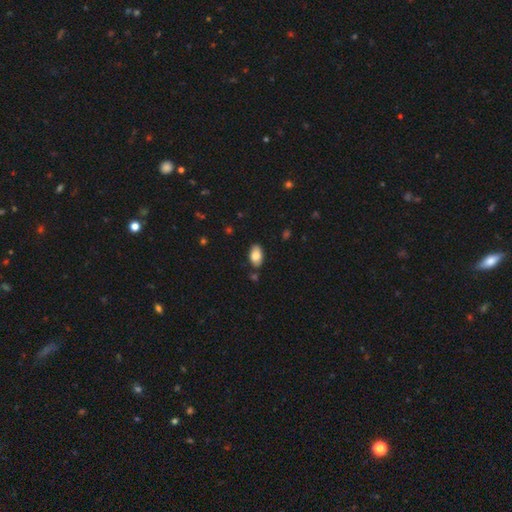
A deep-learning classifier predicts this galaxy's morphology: Q: Smooth or featured?
A: smooth (83%); runner-up: featured or disk (10%)
Q: How rounded?
A: in between (94%); runner-up: round (5%)
Q: Merging?
A: none (83%); runner-up: minor disturbance (12%)